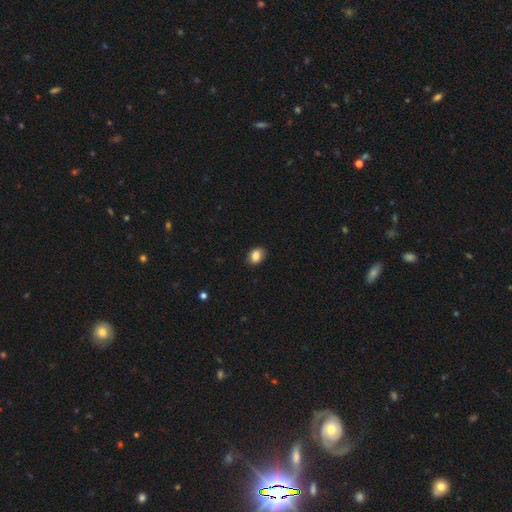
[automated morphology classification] This appears to be a smooth galaxy with no disk features (86%) that is in between round and cigar-shaped (79%). Merging: none (87%).